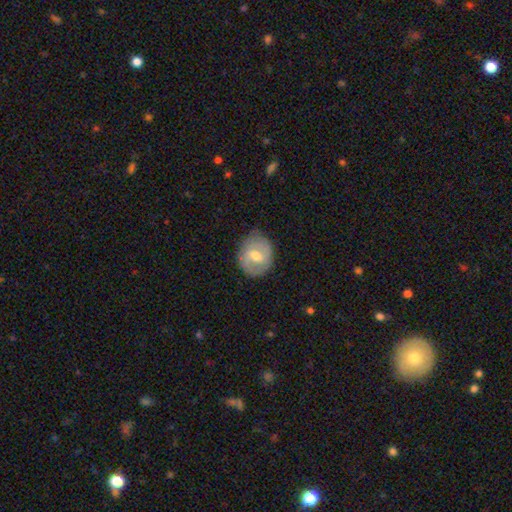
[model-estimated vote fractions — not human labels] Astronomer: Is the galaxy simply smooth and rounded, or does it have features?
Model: featured or disk — 48% (runner-up: smooth, 45%).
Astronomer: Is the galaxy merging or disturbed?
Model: none — 75%.